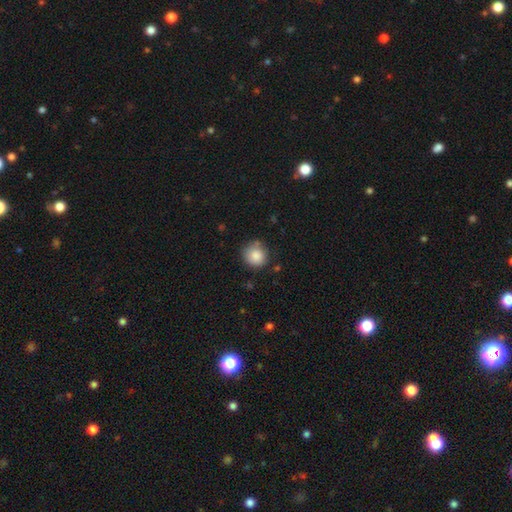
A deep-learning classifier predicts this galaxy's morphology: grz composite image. It shows a smooth galaxy with no disk features (85%) that is round (90%). Merging: none (73%).